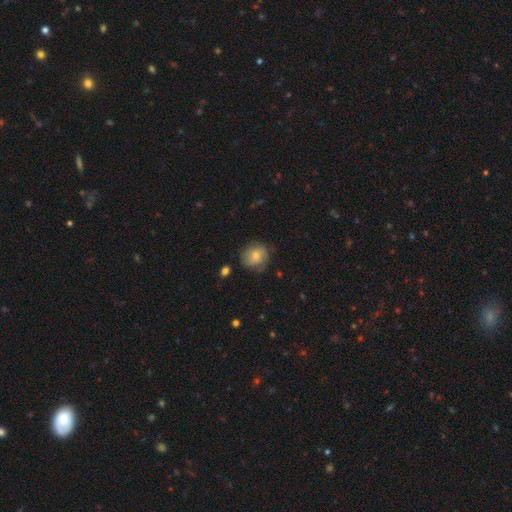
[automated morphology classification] Smooth or featured: smooth — 63% (featured or disk — 28%)
How rounded: round — 79% (in between — 20%)
Merging: none — 69% (minor disturbance — 23%)